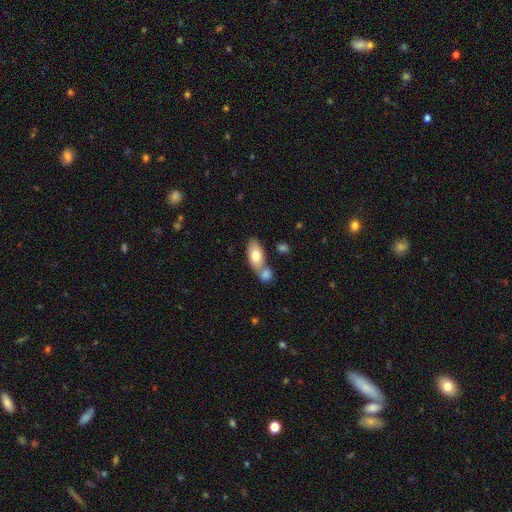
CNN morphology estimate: type=smooth (74%); roundness=in between (89%); merging=merger (43%, tied with none).